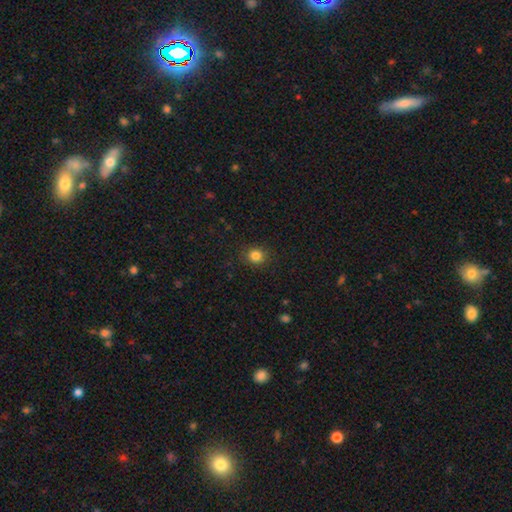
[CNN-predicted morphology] A smooth galaxy with no disk features (84%) that is round (81%). Merging: none (88%).